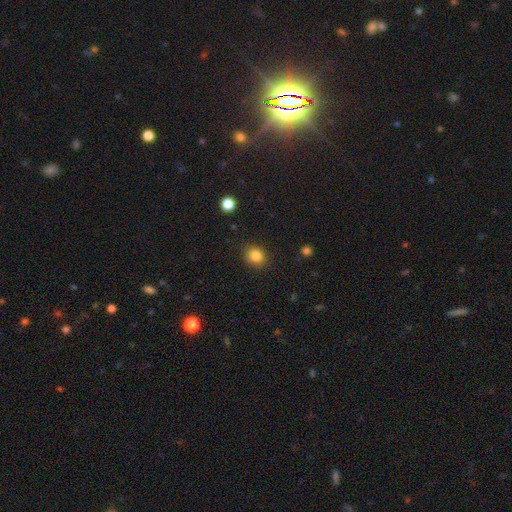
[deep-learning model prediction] smooth-or-featured: smooth: 84% | star or artifact: 11% | featured or disk: 5%
  how-rounded: round: 78% | in between: 21% | cigar-shaped: 1%
  merging: none: 85% | minor disturbance: 11% | major disturbance: 3% | merger: 1%